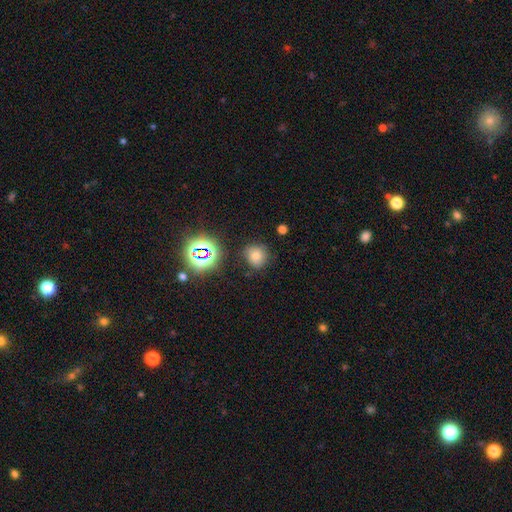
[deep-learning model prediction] This appears to be a smooth galaxy with no disk features (69%) that is round (84%). Merging: none (80%).